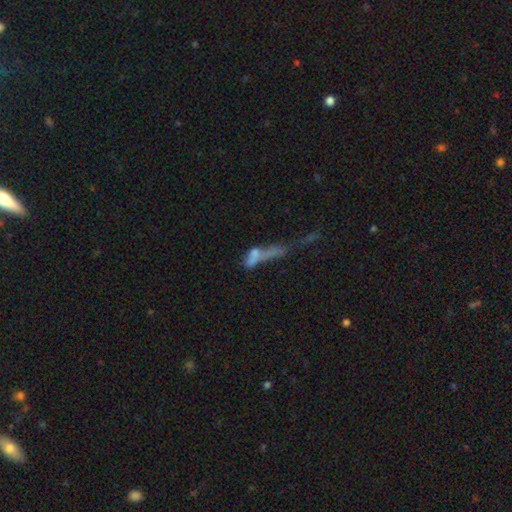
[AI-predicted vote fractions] Q: Smooth or featured?
A: smooth (54%); runner-up: featured or disk (31%)
Q: How rounded?
A: in between (49%); runner-up: cigar-shaped (41%)
Q: Merging?
A: merger (43%); runner-up: major disturbance (32%)